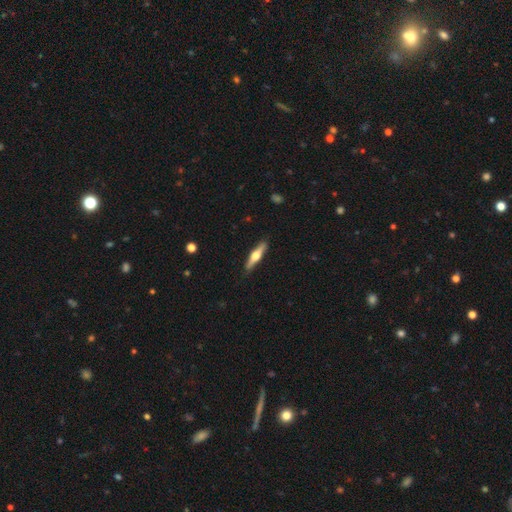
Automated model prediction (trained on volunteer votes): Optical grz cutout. It shows a featured or disk galaxy (60%) viewed edge-on (96%) with a rounded central bulge (94%). Merging: none (89%).